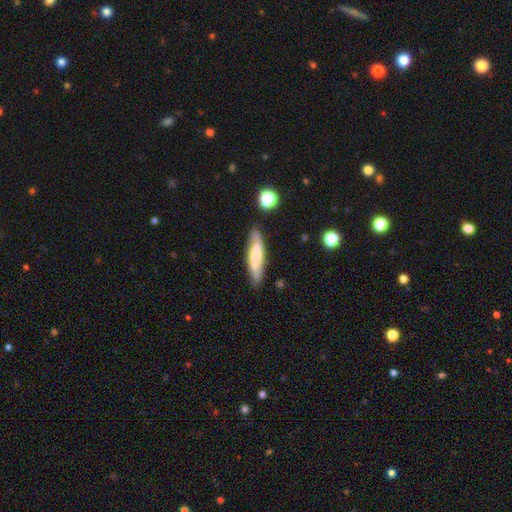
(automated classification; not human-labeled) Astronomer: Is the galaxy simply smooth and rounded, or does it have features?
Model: smooth — 65%.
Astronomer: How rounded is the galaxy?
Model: cigar-shaped — 76%.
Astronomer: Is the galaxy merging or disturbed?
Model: none — 79%.